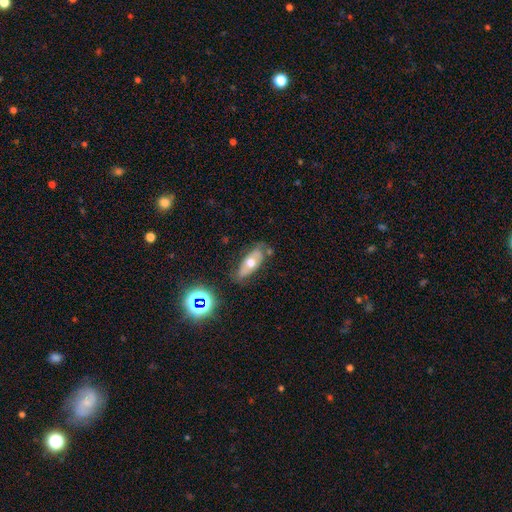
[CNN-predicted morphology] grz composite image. It shows a smooth galaxy with no disk features (52%) that is in between round and cigar-shaped (82%). Merging: none (67%).